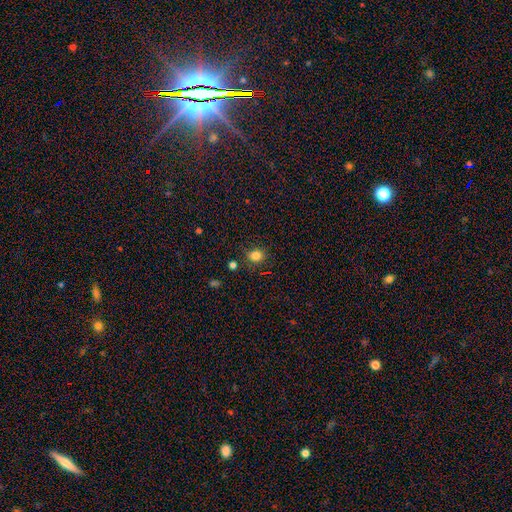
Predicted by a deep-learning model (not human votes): This appears to be a smooth galaxy with no disk features (82%) that is round (69%). Merging: none (84%).